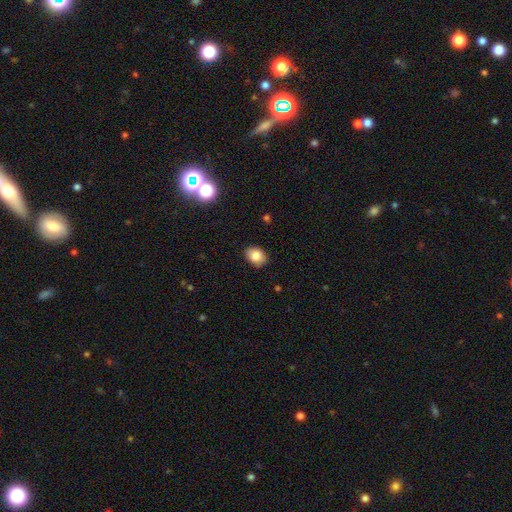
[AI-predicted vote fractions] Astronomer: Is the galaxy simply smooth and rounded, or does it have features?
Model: smooth — 85%.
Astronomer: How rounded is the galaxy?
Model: in between — 67%.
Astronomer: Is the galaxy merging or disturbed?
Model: none — 86%.